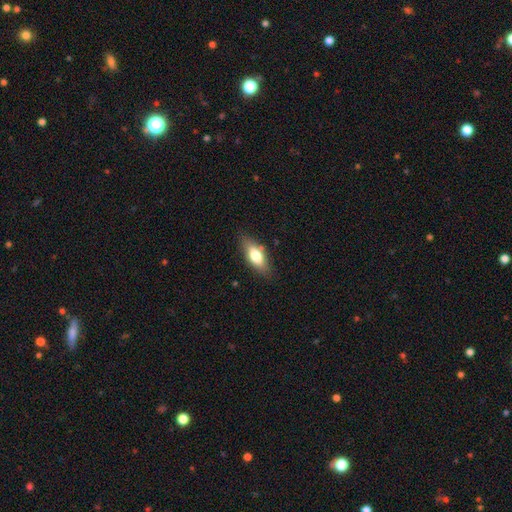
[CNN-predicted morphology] This appears to be a smooth galaxy with no disk features (70%) that is in between round and cigar-shaped (77%). Merging: none (80%).